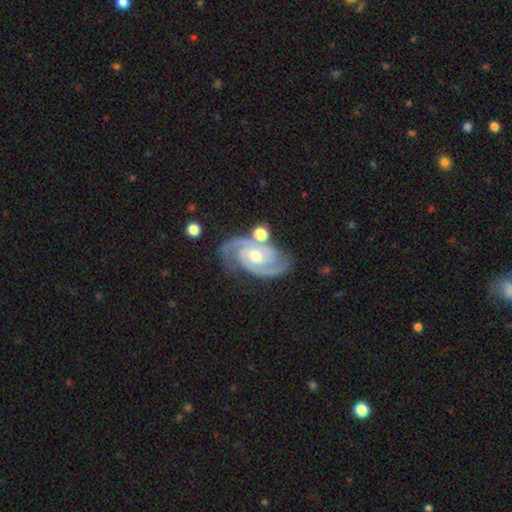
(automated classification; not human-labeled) This appears to be a featured or disk galaxy (91%) with no bar (56%), 2 (89%) tight (63%) spiral arms (98%) and a moderate central bulge (61%). Merging: none (75%).